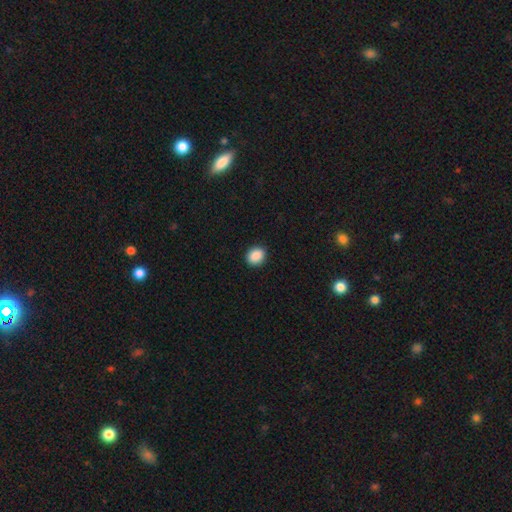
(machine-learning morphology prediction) Smooth or featured? Predicted: smooth (p=0.89). How rounded? Predicted: round (p=0.52). Merging? Predicted: none (p=0.91).